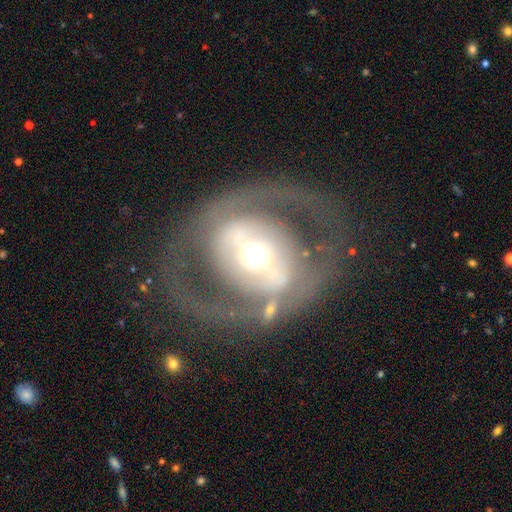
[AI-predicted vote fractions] smooth-or-featured: featured or disk: 72% | smooth: 22% | star or artifact: 7%
  disk-edge-on: no: 93% | yes: 7%
    bar: no: 39% | strong: 34% | weak: 27%
    has-spiral-arms: no: 54% | yes: 46%
    bulge-size: moderate: 59% | large: 22% | small: 12% | dominant: 5% | none: 1%
  merging: none: 62% | major disturbance: 21% | minor disturbance: 13% | merger: 4%